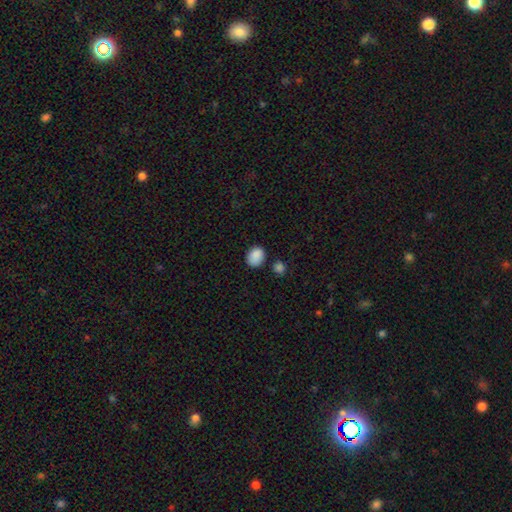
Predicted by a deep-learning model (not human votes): Overall: smooth (88%). How rounded: in between (54%; round 45%). Merging: none (75%).